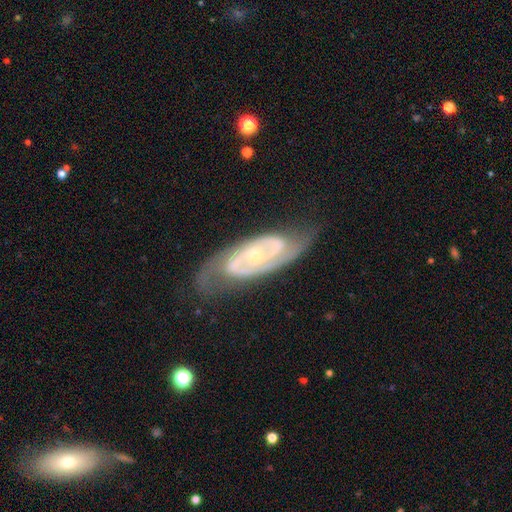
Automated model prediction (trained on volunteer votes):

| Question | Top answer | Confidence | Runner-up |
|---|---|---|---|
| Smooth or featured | featured or disk | 89% | smooth (6%) |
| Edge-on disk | no | 93% | yes (7%) |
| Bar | no | 55% | weak (31%) |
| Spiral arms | yes | 96% | no (4%) |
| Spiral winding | tight | 52% | medium (40%) |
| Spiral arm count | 2 | 84% | can't tell (8%) |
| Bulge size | small | 63% | moderate (34%) |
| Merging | none | 74% | minor disturbance (18%) |